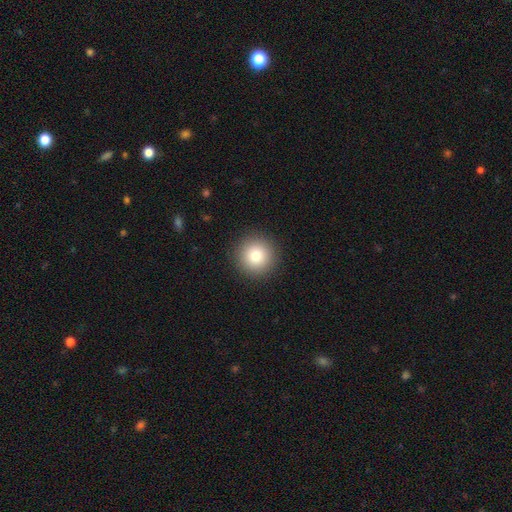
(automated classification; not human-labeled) A smooth galaxy with no disk features (80%) that is round (96%). Merging: none (92%).